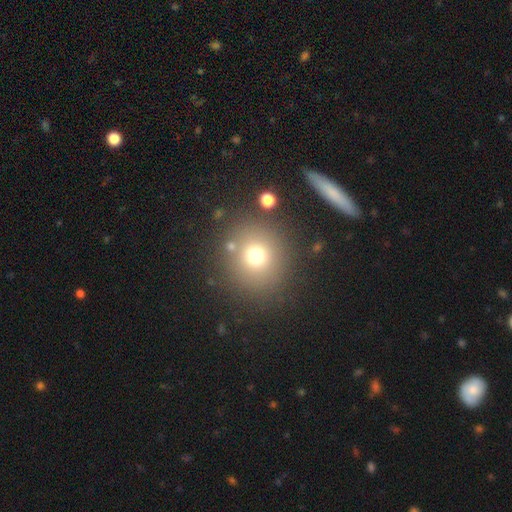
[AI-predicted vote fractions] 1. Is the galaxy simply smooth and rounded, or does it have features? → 70% smooth, 18% star or artifact, 11% featured or disk.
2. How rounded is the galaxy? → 90% round, 9% in between, 1% cigar-shaped.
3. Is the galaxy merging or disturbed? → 81% none, 8% minor disturbance, 5% major disturbance, 5% merger.